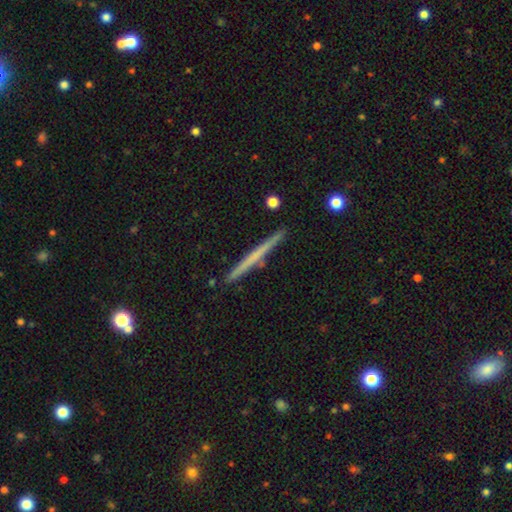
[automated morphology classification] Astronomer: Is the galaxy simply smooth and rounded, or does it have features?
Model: featured or disk — 50% (runner-up: smooth, 44%).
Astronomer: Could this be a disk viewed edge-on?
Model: yes — 98%.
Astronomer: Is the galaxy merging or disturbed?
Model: none — 91%.